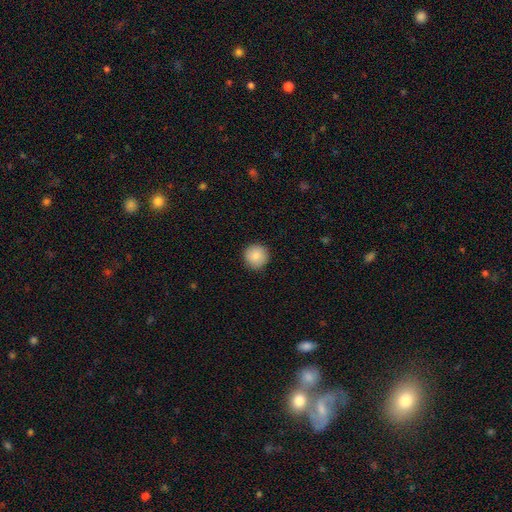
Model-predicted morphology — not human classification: Smooth or featured? smooth (87%)
How rounded? round (96%)
Merging? none (92%)